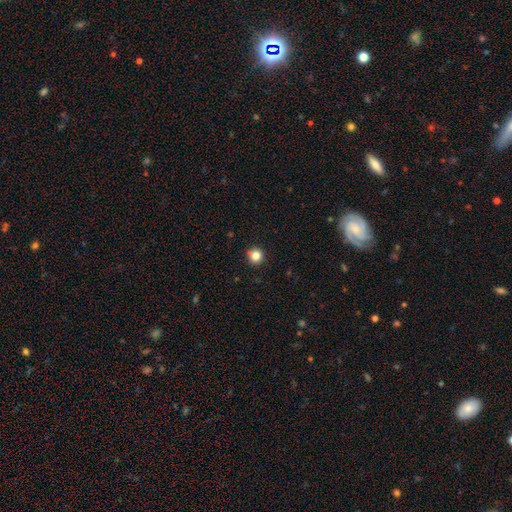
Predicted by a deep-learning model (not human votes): Smooth or featured? Predicted: smooth (p=0.82). How rounded? Predicted: round (p=0.94). Merging? Predicted: none (p=0.89).